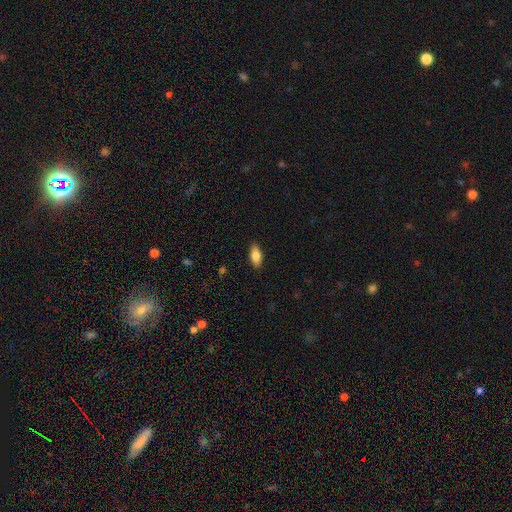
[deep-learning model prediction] Q: Smooth or featured?
A: smooth (83%); runner-up: featured or disk (10%)
Q: How rounded?
A: in between (83%); runner-up: cigar-shaped (15%)
Q: Merging?
A: none (88%); runner-up: minor disturbance (9%)